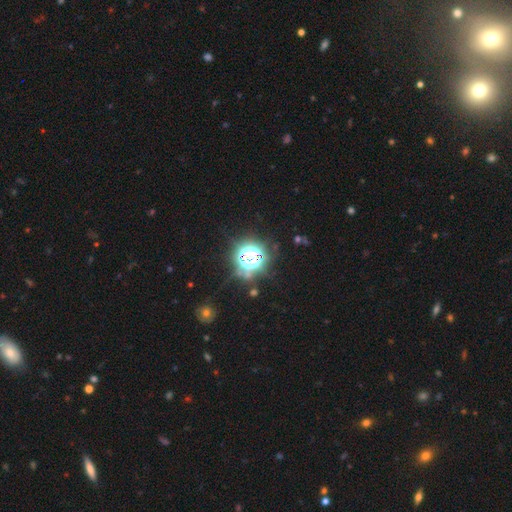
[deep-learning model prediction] smooth_or_featured: star or artifact (p=0.73) [alt: smooth p=0.17]